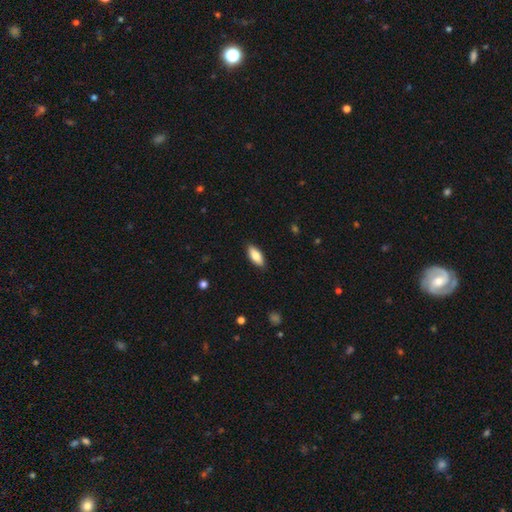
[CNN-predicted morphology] smooth-or-featured: smooth: 80% | featured or disk: 14% | star or artifact: 6%
  how-rounded: in between: 82% | cigar-shaped: 16% | round: 2%
  merging: none: 89% | minor disturbance: 8% | major disturbance: 2% | merger: 1%